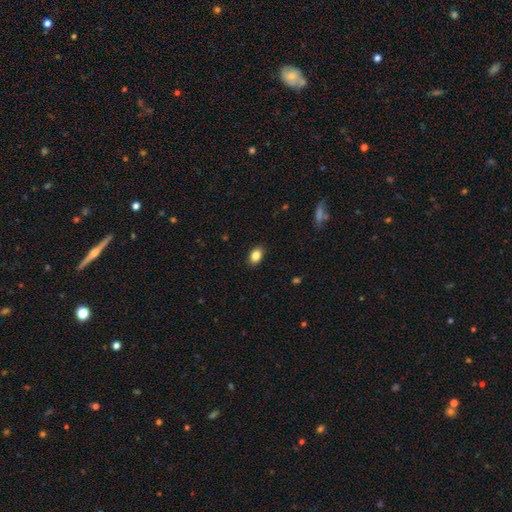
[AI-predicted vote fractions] smooth_or_featured: smooth (p=0.86) [alt: star or artifact p=0.09]
how_rounded: in between (p=0.82) [alt: round p=0.17]
merging: none (p=0.89) [alt: minor disturbance p=0.08]